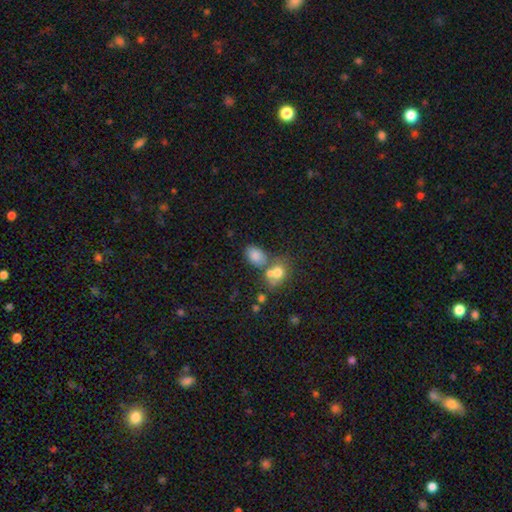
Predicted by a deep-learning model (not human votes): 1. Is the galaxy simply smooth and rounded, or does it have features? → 77% smooth, 11% star or artifact, 11% featured or disk.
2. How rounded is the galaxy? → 82% in between, 17% round, 1% cigar-shaped.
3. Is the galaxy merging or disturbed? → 51% none, 30% merger, 14% minor disturbance, 6% major disturbance.